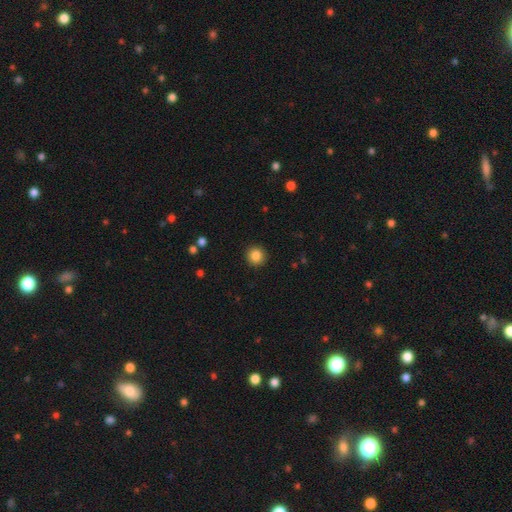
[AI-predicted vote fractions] Overall: smooth (85%). How rounded: round (94%). Merging: none (92%).